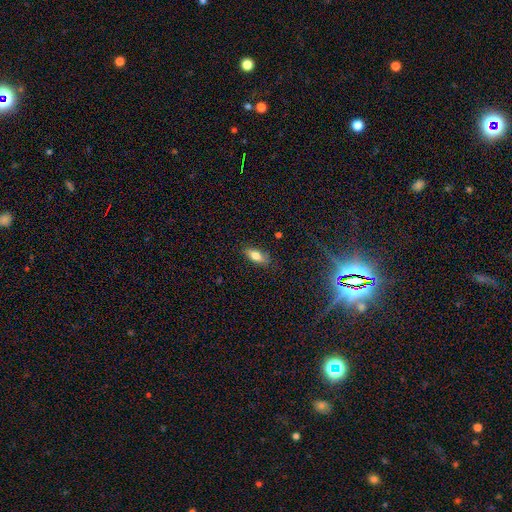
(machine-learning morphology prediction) smooth-or-featured: smooth: 79% | featured or disk: 13% | star or artifact: 8%
  how-rounded: in between: 82% | cigar-shaped: 15% | round: 3%
  merging: none: 82% | minor disturbance: 14% | major disturbance: 3% | merger: 1%